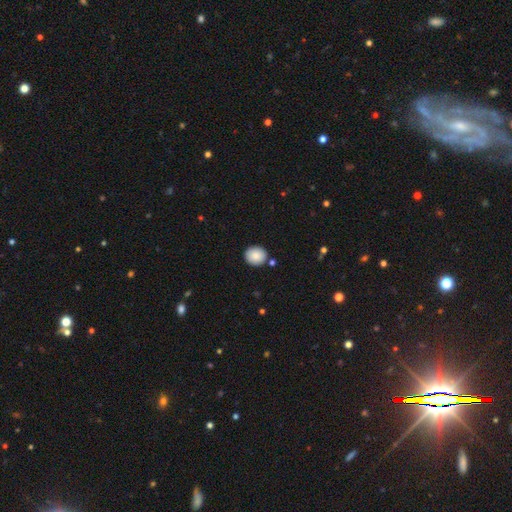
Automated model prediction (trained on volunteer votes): This is clearly a smooth galaxy (87%). How rounded: clearly round (82%). Merging: clearly none (85%).